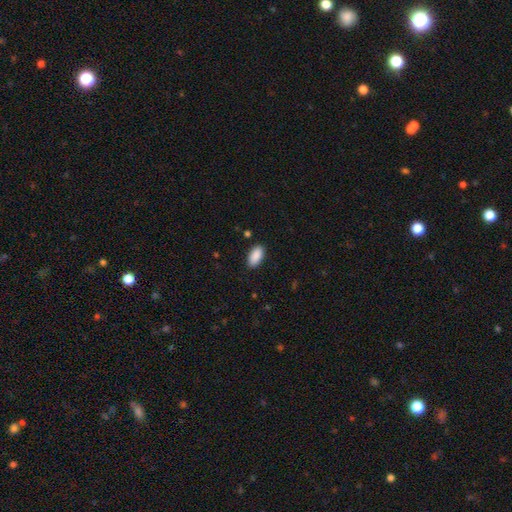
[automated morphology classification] Smooth or featured? Predicted: smooth (p=0.91). How rounded? Predicted: in between (p=0.93). Merging? Predicted: none (p=0.88).